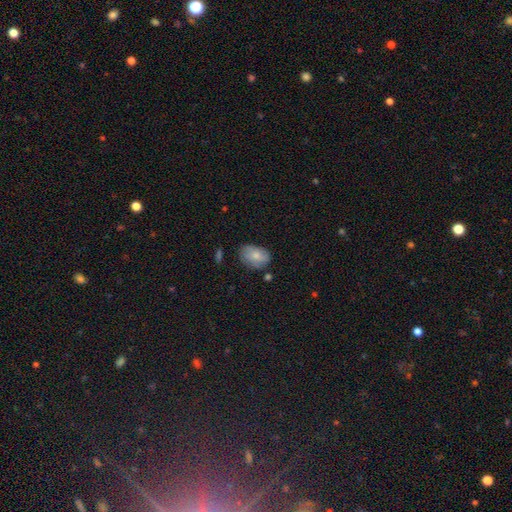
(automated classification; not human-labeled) Smooth or featured: smooth — 75% (featured or disk — 19%)
How rounded: in between — 83% (round — 16%)
Merging: none — 65% (minor disturbance — 26%)